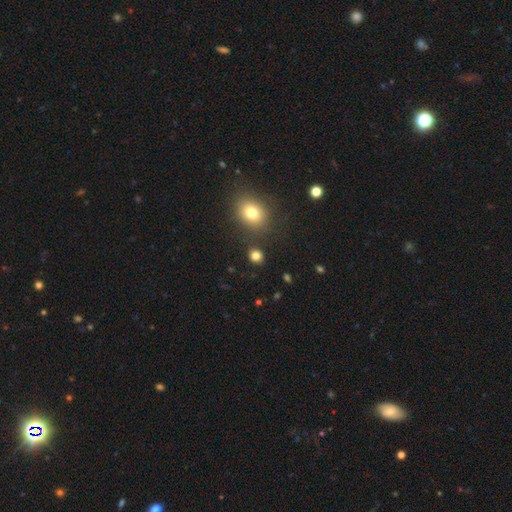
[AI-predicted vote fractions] smooth 81%, star or artifact 14%, featured or disk 5%. Down the decision tree: how rounded — round (76%); merging — none (84%).